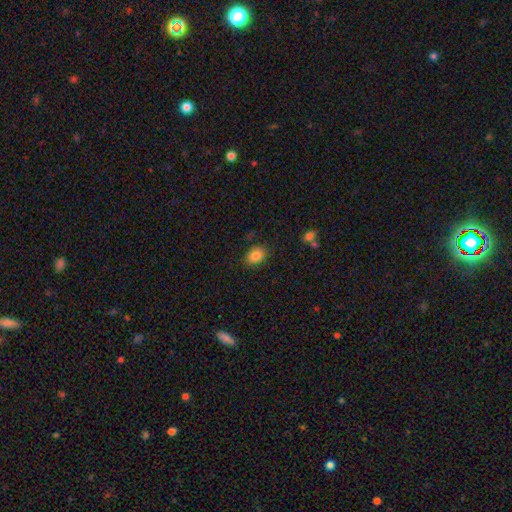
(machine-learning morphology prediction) A smooth galaxy with no disk features (85%) that is in between round and cigar-shaped (66%).

Vote fractions:
- Smooth or featured? smooth: 85% / star or artifact: 9% / featured or disk: 6%
- How rounded? in between: 66% / round: 33% / cigar-shaped: 1%
- Merging? none: 83% / minor disturbance: 12% / major disturbance: 3% / merger: 2%